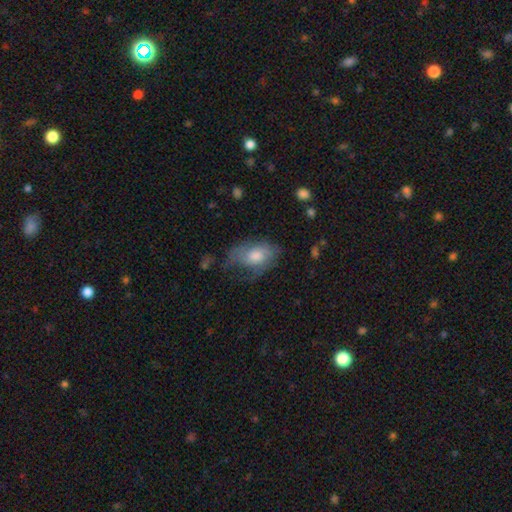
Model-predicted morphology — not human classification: type=smooth (53%); roundness=in between (87%); merging=none (39%).